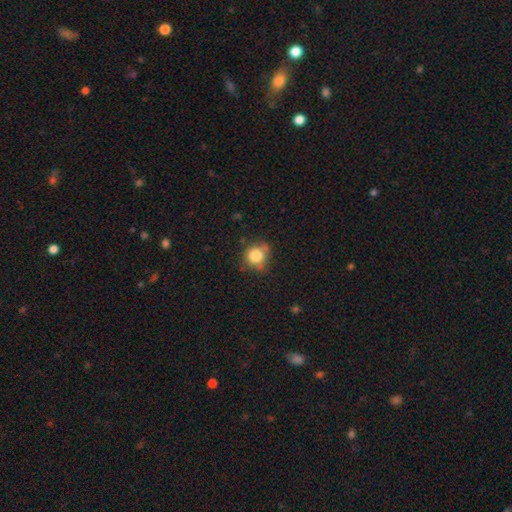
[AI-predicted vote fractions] Morphology: type=smooth (82%); roundness=round (88%); merging=none (66%).